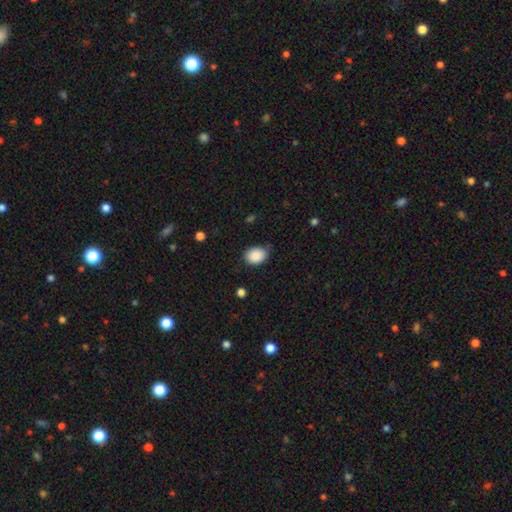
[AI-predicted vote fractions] Smooth or featured?
  - smooth: 89% *
  - star or artifact: 8%
  - featured or disk: 3%
How rounded?
  - in between: 65% *
  - round: 34%
  - cigar-shaped: 1%
Merging?
  - none: 71% *
  - minor disturbance: 23%
  - major disturbance: 4%
  - merger: 2%